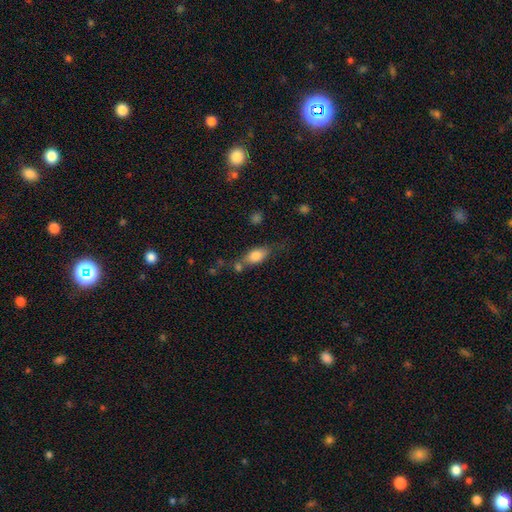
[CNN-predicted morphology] Smooth or featured? smooth (78%)
How rounded? in between (83%)
Merging? none (50%)